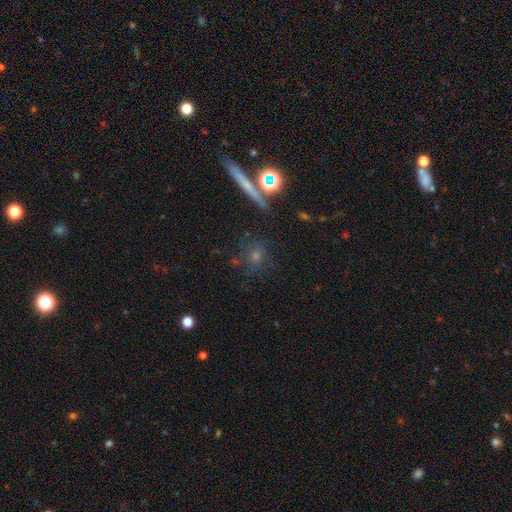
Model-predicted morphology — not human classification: smooth_or_featured: smooth (p=0.51) [alt: star or artifact p=0.27]
how_rounded: round (p=0.74) [alt: in between p=0.19]
merging: none (p=0.75) [alt: minor disturbance p=0.13]